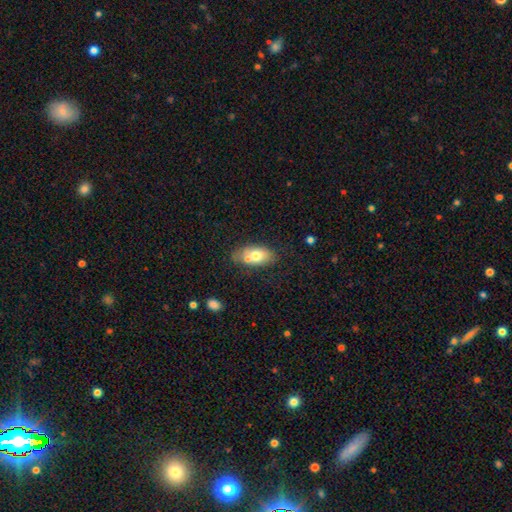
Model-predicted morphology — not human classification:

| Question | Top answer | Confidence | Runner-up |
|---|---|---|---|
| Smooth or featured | smooth | 68% | featured or disk (25%) |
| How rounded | in between | 88% | round (9%) |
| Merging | none | 51% | merger (25%) |